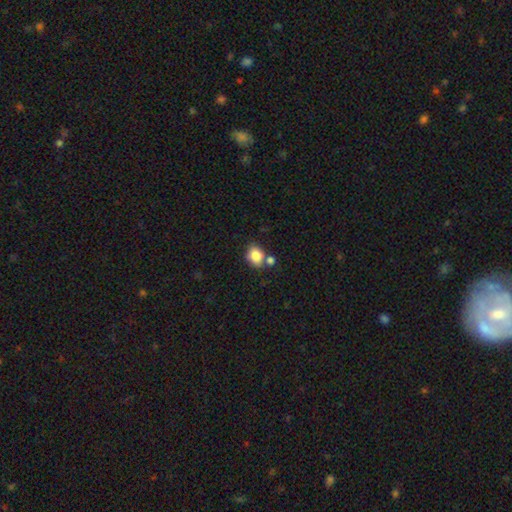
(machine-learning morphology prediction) Smooth or featured? smooth (83%)
How rounded? in between (50%)
Merging? none (59%)